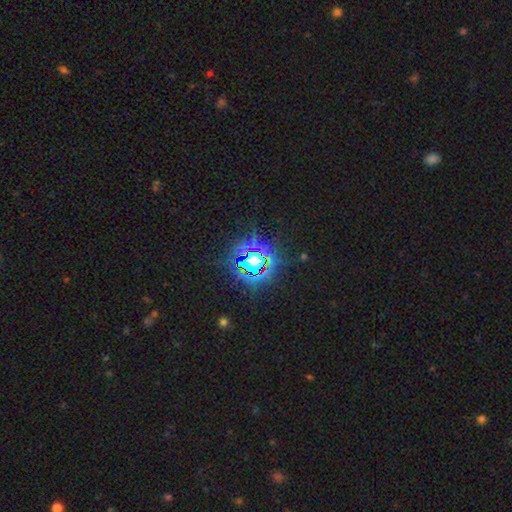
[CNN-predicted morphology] star or artifact 83%, smooth 11%, featured or disk 7%.